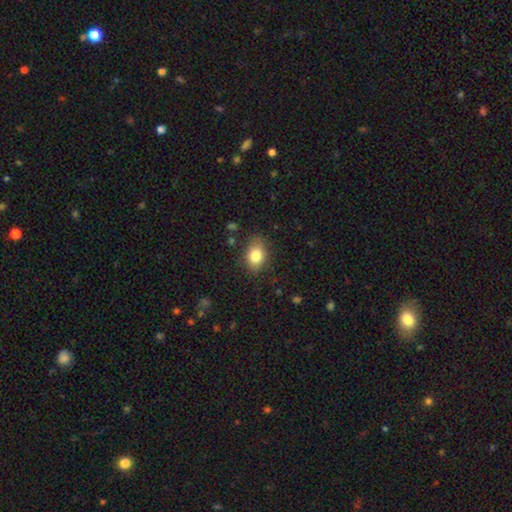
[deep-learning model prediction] Smooth or featured? smooth (82%)
How rounded? in between (76%)
Merging? none (80%)